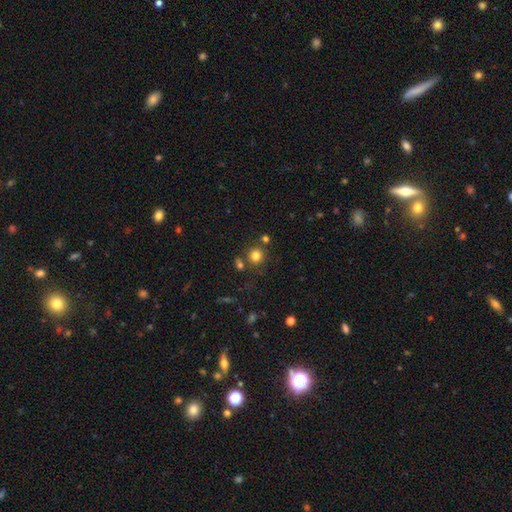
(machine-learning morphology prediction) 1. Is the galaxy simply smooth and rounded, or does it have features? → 79% smooth, 14% star or artifact, 7% featured or disk.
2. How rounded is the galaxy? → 90% round, 9% in between, 1% cigar-shaped.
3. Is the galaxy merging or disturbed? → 77% none, 11% merger, 9% minor disturbance, 3% major disturbance.